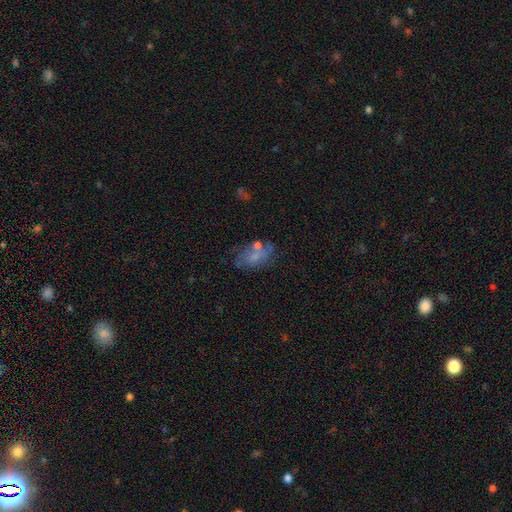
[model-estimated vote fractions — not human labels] A smooth galaxy with no disk features (49%).

Vote fractions:
- Smooth or featured? smooth: 49% / featured or disk: 37% / star or artifact: 13%
- Merging? none: 52% / minor disturbance: 22% / major disturbance: 13% / merger: 13%